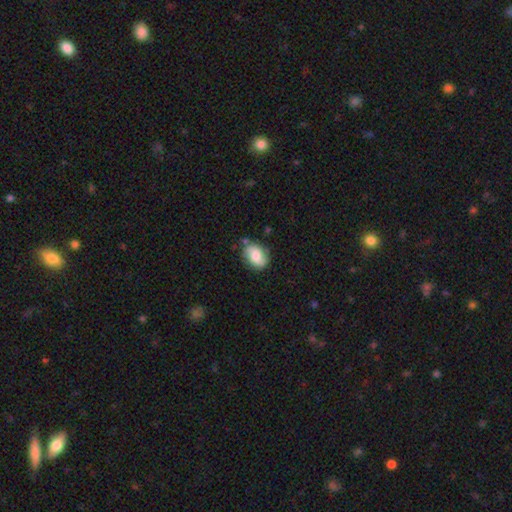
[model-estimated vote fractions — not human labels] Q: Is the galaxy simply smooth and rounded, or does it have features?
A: smooth — 56%.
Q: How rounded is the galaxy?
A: in between — 77%.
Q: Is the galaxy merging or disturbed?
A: none — 68%.